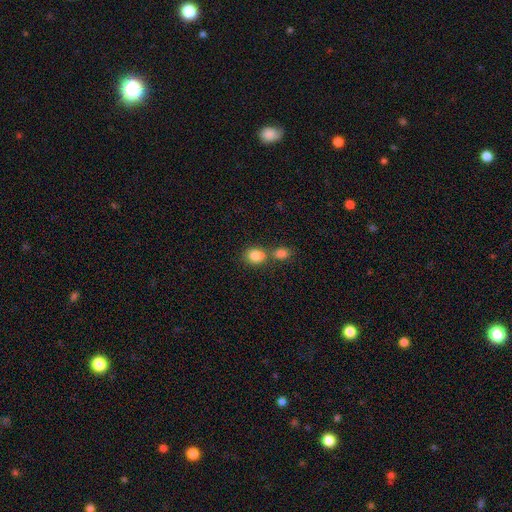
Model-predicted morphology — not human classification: smooth_or_featured: smooth (p=0.83) [alt: star or artifact p=0.09]
how_rounded: round (p=0.54) [alt: in between p=0.45]
merging: merger (p=0.48) [alt: none p=0.38]